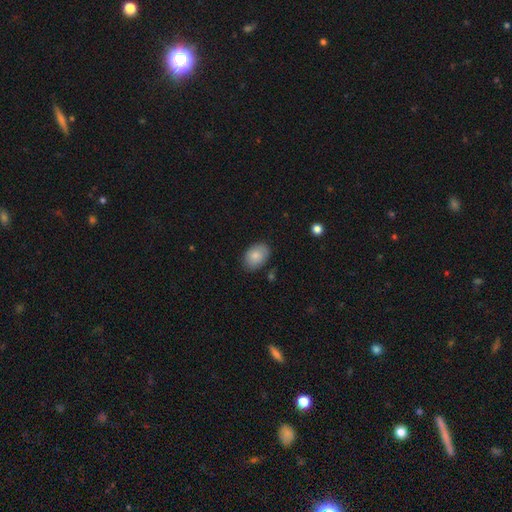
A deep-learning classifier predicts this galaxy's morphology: Overall: smooth (83%). How rounded: in between (84%). Merging: none (82%).